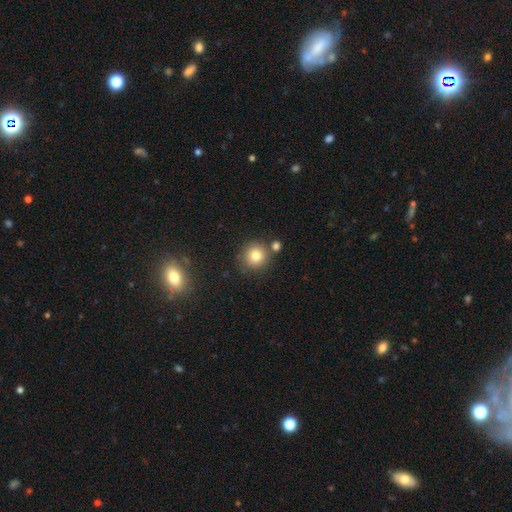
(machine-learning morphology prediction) This is likely a smooth galaxy (79%). How rounded: clearly round (91%). Merging: likely none (76%).